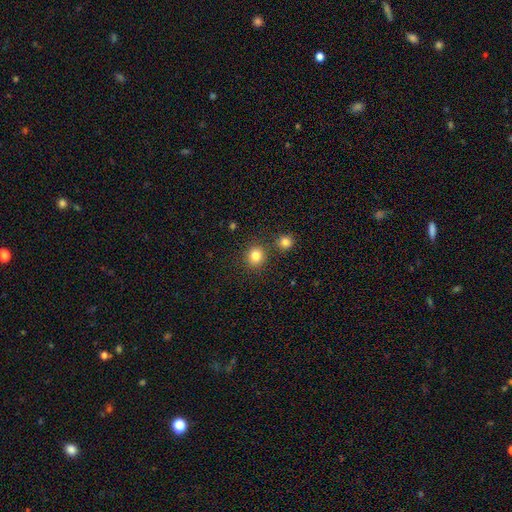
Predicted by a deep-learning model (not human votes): The model was most divided on "smooth or featured": smooth: 83%, star or artifact: 12%, featured or disk: 5%. More confident: how rounded — round (88%); merging — none (83%).